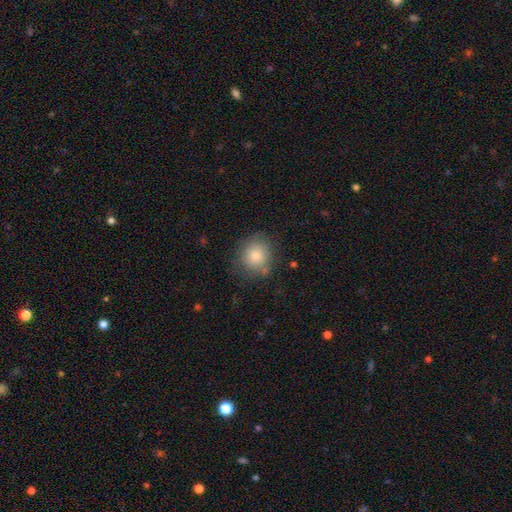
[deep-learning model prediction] Overall: smooth (79%). How rounded: round (82%). Merging: none (75%).